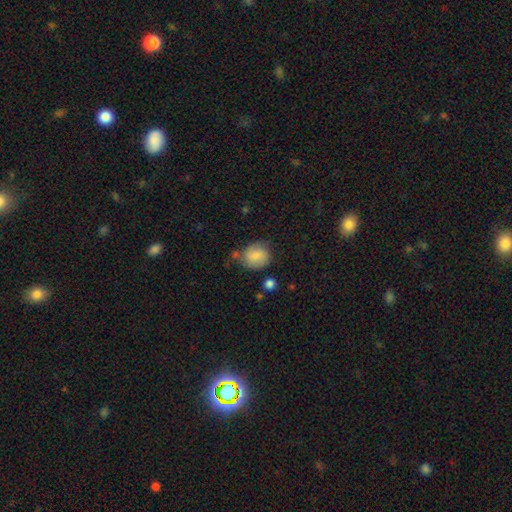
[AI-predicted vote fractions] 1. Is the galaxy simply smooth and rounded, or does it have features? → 78% smooth, 15% featured or disk, 8% star or artifact.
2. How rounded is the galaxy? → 64% round, 34% in between, 1% cigar-shaped.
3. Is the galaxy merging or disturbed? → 62% none, 24% minor disturbance, 7% major disturbance, 7% merger.